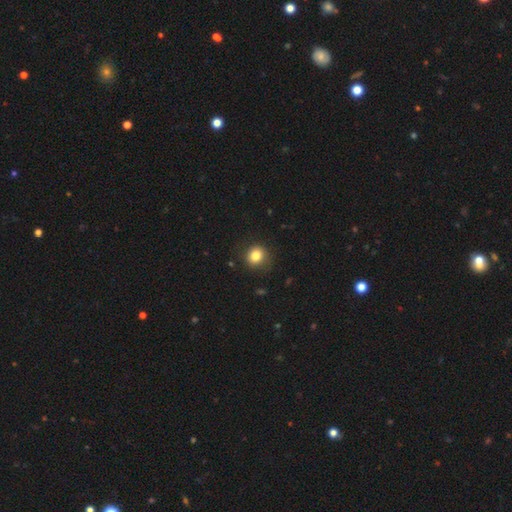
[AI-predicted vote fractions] The model was most divided on "how rounded": round: 83%, in between: 16%, cigar-shaped: 1%. More confident: merging — none (84%); smooth or featured — smooth (82%).